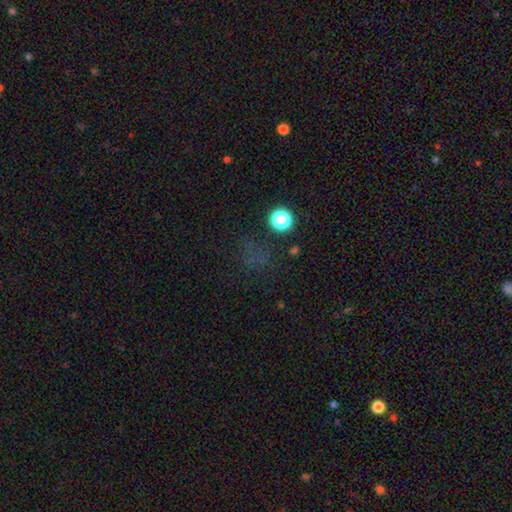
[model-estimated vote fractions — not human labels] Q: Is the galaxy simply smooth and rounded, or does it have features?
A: star or artifact — 47%.